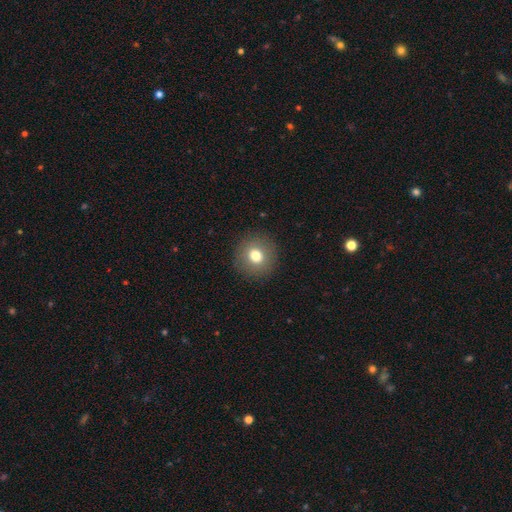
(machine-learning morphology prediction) smooth-or-featured: smooth: 76% | featured or disk: 13% | star or artifact: 11%
  how-rounded: round: 91% | in between: 8% | cigar-shaped: 1%
  merging: none: 91% | minor disturbance: 6% | major disturbance: 3% | merger: 1%